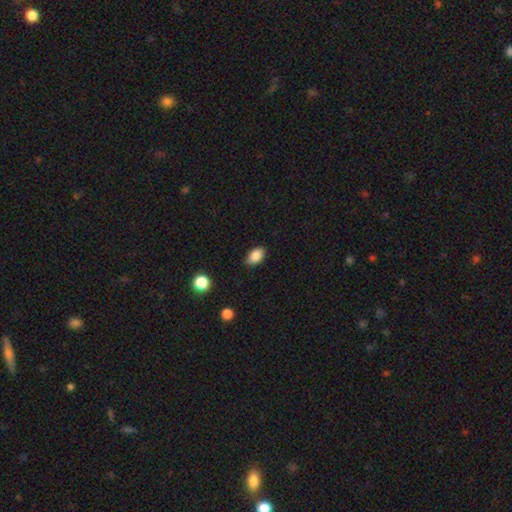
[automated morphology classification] Smooth or featured? smooth (87%)
How rounded? in between (88%)
Merging? none (81%)